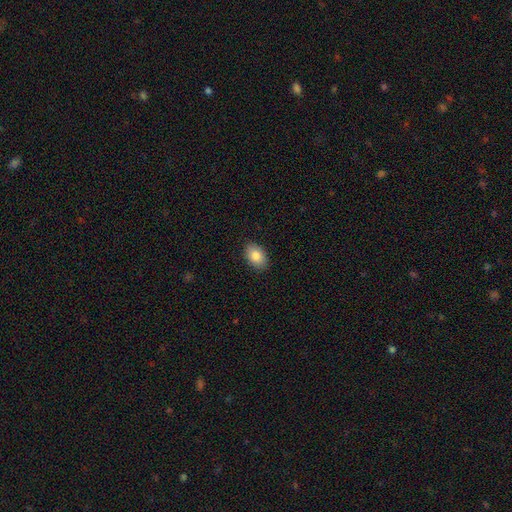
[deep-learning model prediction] The model was most divided on "how rounded": in between: 87%, round: 12%, cigar-shaped: 1%. More confident: merging — none (89%); smooth or featured — smooth (85%).